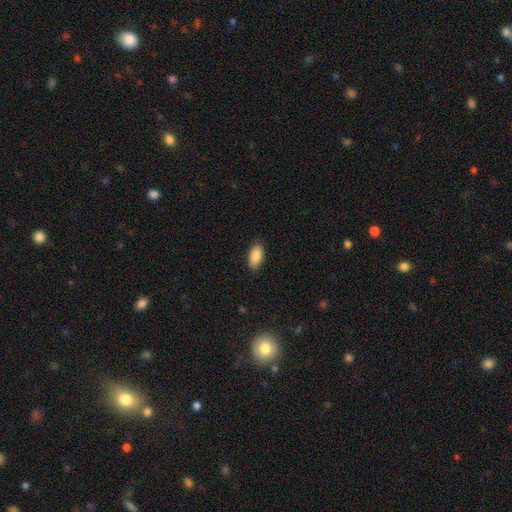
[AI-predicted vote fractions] The model was most divided on "merging": none: 87%, minor disturbance: 9%, major disturbance: 2%, merger: 1%. More confident: how rounded — in between (89%); smooth or featured — smooth (88%).